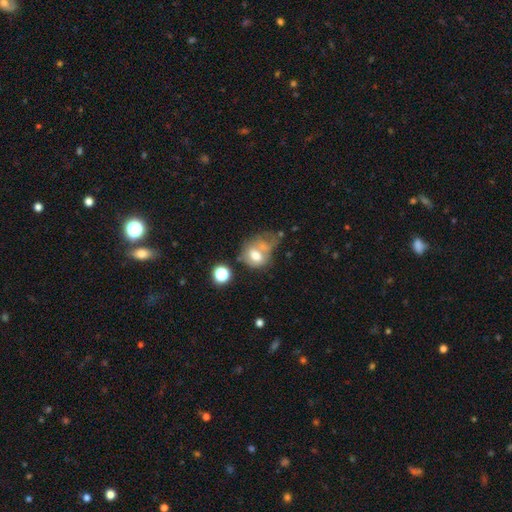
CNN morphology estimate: This is possibly a smooth galaxy (58%). How rounded: possibly in between (53%). Merging: marginally merger (32%).